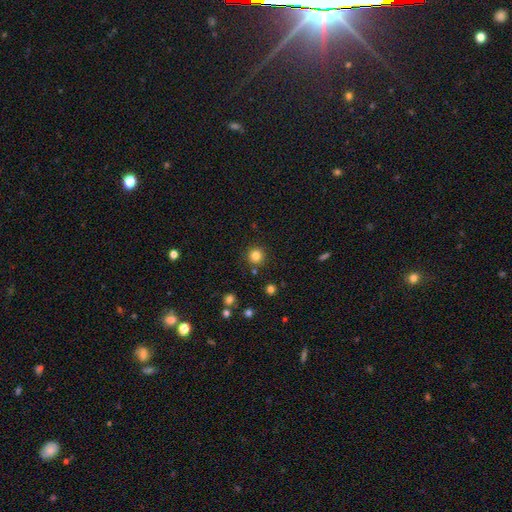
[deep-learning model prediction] Smooth or featured: smooth — 83% (star or artifact — 12%)
How rounded: round — 95% (in between — 4%)
Merging: none — 88% (minor disturbance — 6%)